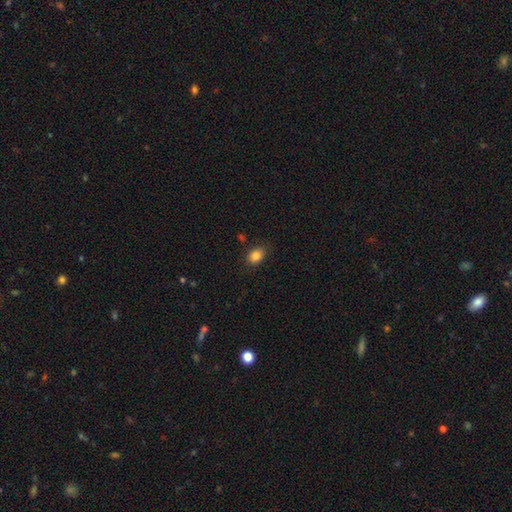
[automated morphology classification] This appears to be a smooth galaxy with no disk features (85%) that is in between round and cigar-shaped (62%). Merging: none (83%).